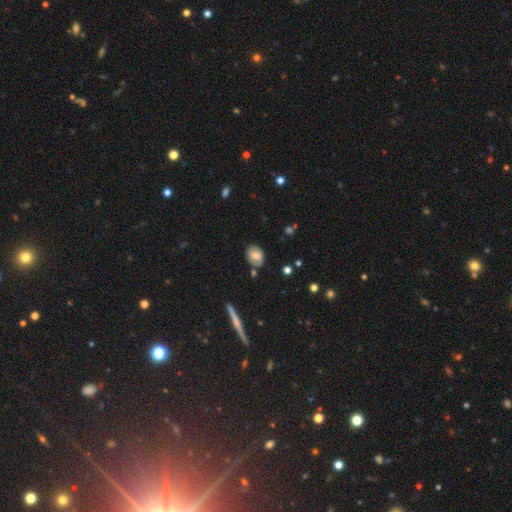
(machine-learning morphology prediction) Smooth or featured? smooth (70%)
How rounded? in between (64%)
Merging? none (74%)